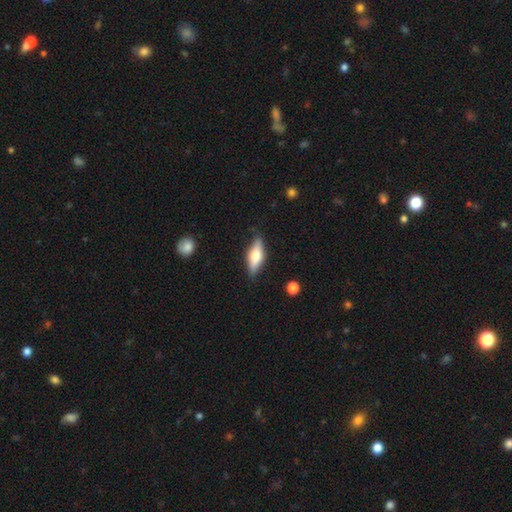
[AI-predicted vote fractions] This appears to be a smooth galaxy with no disk features (51%) that is in between round and cigar-shaped (56%). Merging: none (81%).